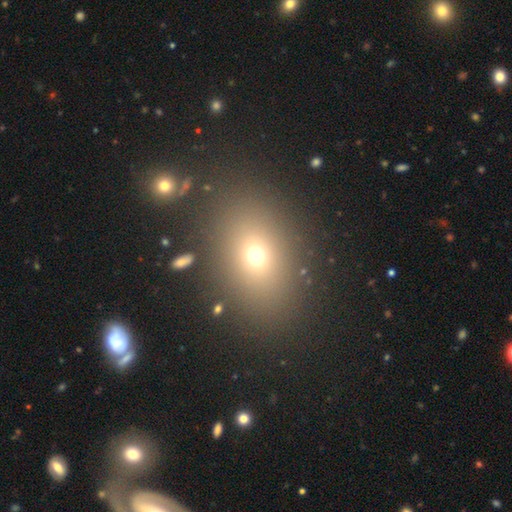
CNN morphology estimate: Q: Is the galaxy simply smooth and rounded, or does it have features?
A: smooth — 67%.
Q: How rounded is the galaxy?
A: in between — 64%.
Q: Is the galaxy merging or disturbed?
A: none — 83%.